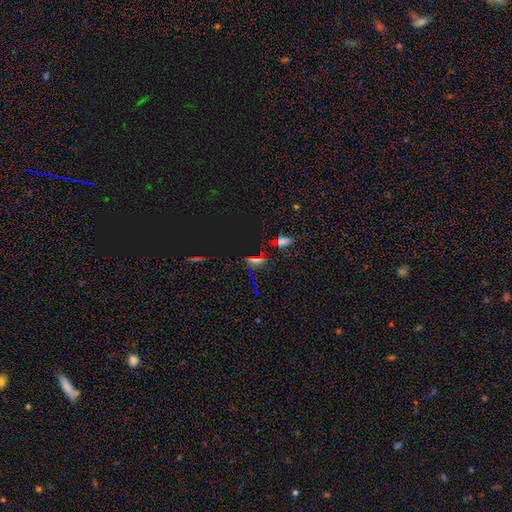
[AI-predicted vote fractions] star or artifact 59%, smooth 29%, featured or disk 12%.